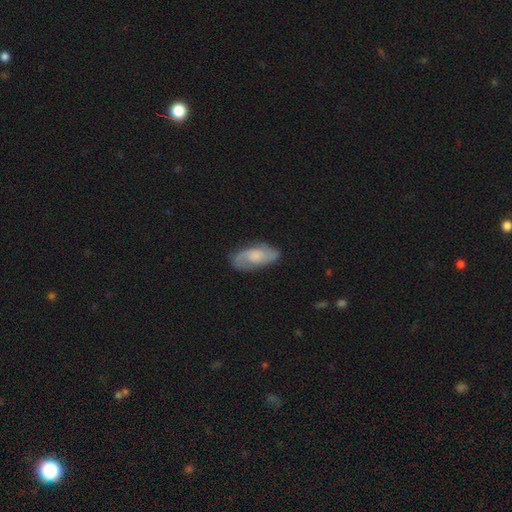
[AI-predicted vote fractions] Smooth or featured? featured or disk (66%)
Edge-on disk? no (93%)
Bar? no (60%)
Spiral arms? yes (92%)
Spiral winding? medium (47%)
Spiral arm count? 2 (85%)
Bulge size? moderate (34%)
Merging? none (79%)